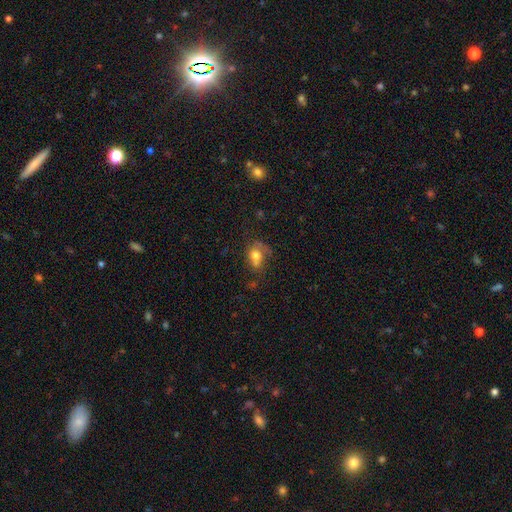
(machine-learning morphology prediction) Smooth or featured? Predicted: smooth (p=0.68). How rounded? Predicted: in between (p=0.52). Merging? Predicted: none (p=0.33).